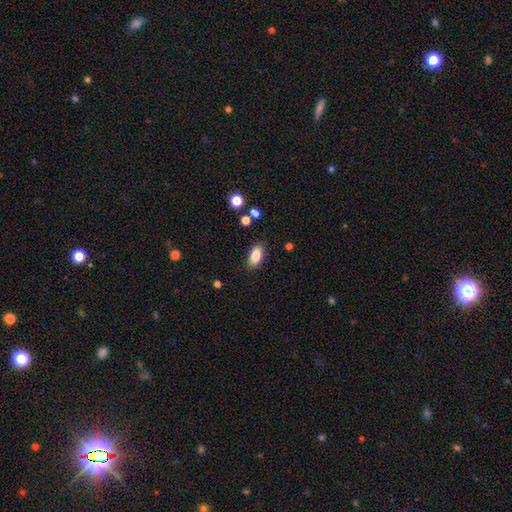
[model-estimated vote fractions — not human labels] Smooth or featured? Predicted: smooth (p=0.85). How rounded? Predicted: in between (p=0.90). Merging? Predicted: none (p=0.85).